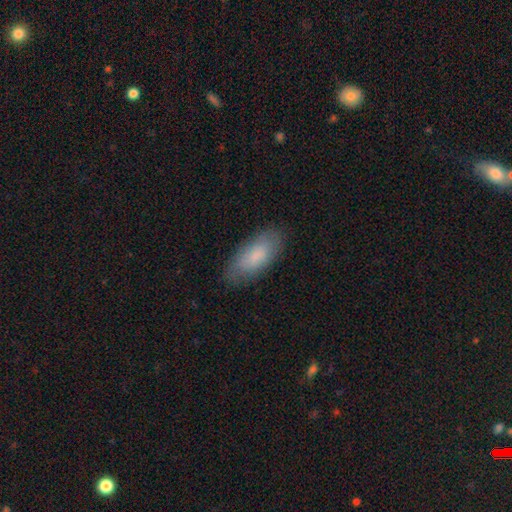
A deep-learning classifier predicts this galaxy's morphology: Q: Smooth or featured?
A: smooth (81%); runner-up: featured or disk (13%)
Q: How rounded?
A: in between (83%); runner-up: cigar-shaped (15%)
Q: Merging?
A: none (82%); runner-up: minor disturbance (14%)